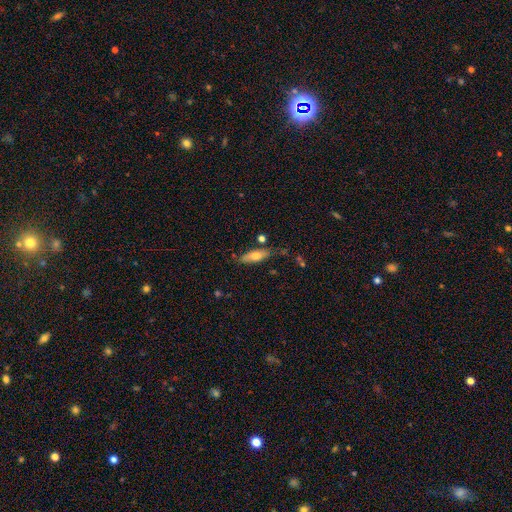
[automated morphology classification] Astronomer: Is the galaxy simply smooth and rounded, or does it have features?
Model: smooth — 65%.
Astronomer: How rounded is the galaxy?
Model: in between — 52% (runner-up: cigar-shaped, 45%).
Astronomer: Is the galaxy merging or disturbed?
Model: none — 73%.